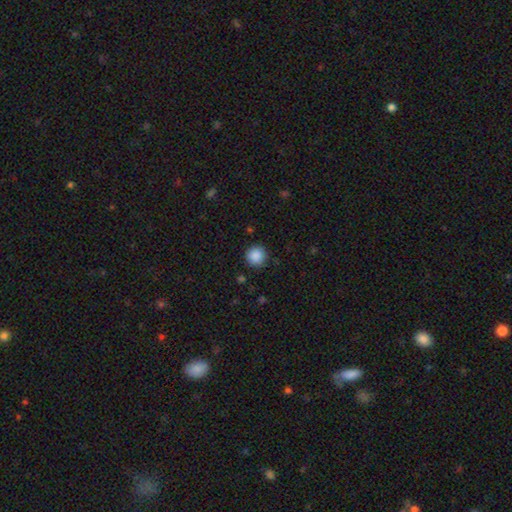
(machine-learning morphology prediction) Smooth or featured?
  - smooth: 88% *
  - star or artifact: 9%
  - featured or disk: 3%
How rounded?
  - round: 94% *
  - in between: 5%
  - cigar-shaped: 1%
Merging?
  - none: 90% *
  - minor disturbance: 7%
  - major disturbance: 2%
  - merger: 1%